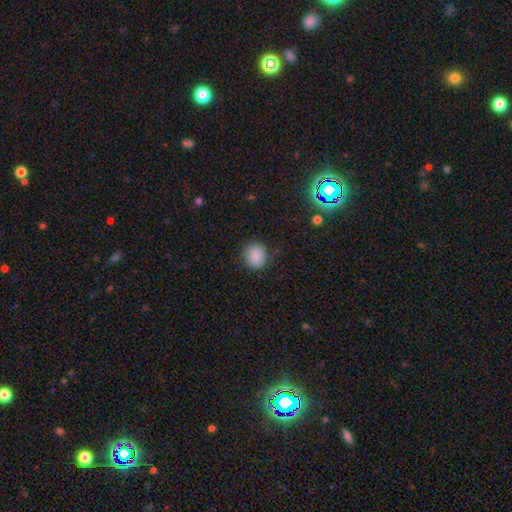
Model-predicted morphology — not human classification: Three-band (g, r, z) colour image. It shows a smooth galaxy with no disk features (85%) that is round (68%). Merging: none (82%).